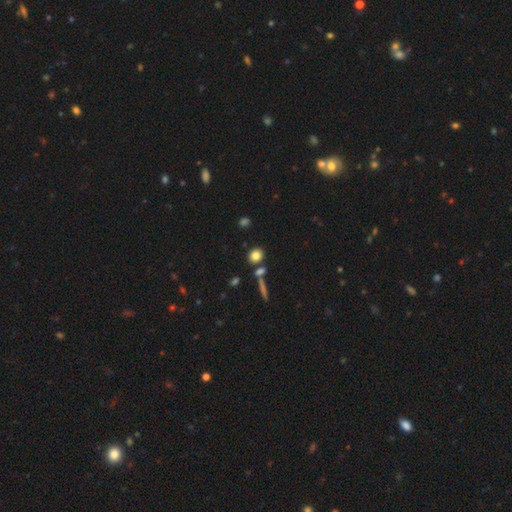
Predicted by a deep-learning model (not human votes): Smooth or featured: smooth — 81% (star or artifact — 10%)
How rounded: round — 65% (in between — 32%)
Merging: none — 75% (merger — 13%)